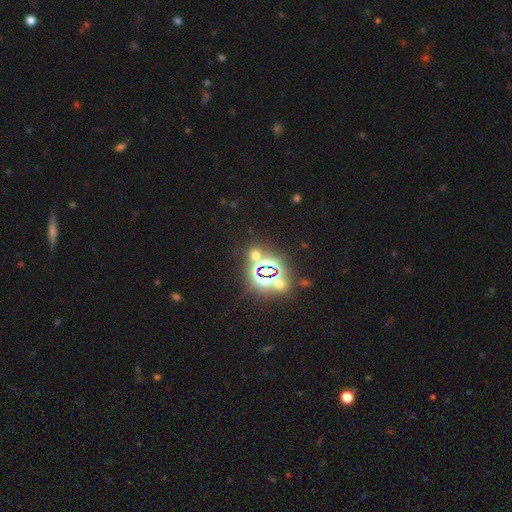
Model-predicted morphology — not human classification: smooth-or-featured: star or artifact: 64% | smooth: 28% | featured or disk: 8%